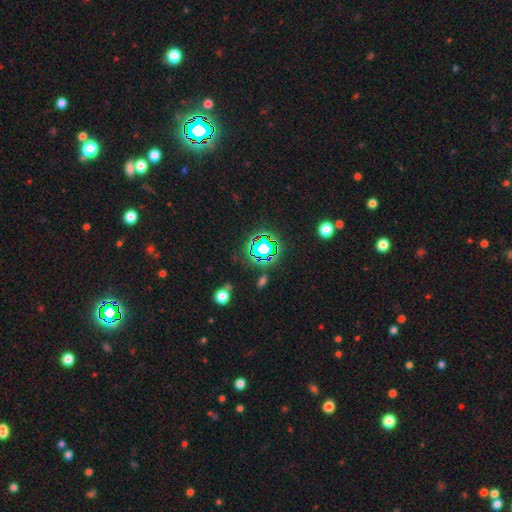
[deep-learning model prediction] smooth-or-featured: star or artifact: 79% | smooth: 13% | featured or disk: 7%